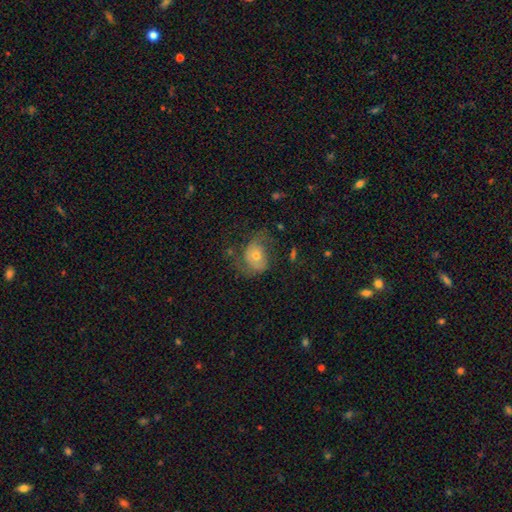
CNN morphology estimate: The model was most divided on "smooth or featured": featured or disk: 51%, smooth: 40%, star or artifact: 9%. Remaining: edge-on disk — no (96%); merging — none (44%).